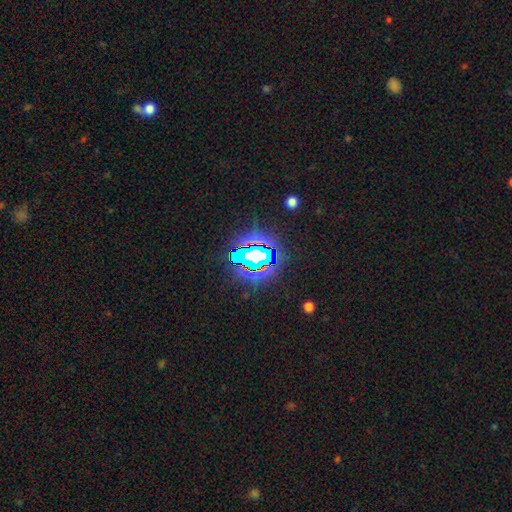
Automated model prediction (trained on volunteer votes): smooth-or-featured: star or artifact: 69% | smooth: 18% | featured or disk: 14%